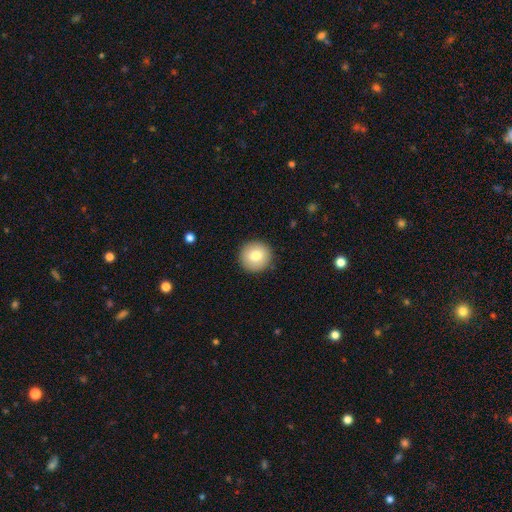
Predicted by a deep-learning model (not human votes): A smooth galaxy with no disk features (80%) that is round (95%). Merging: none (92%).